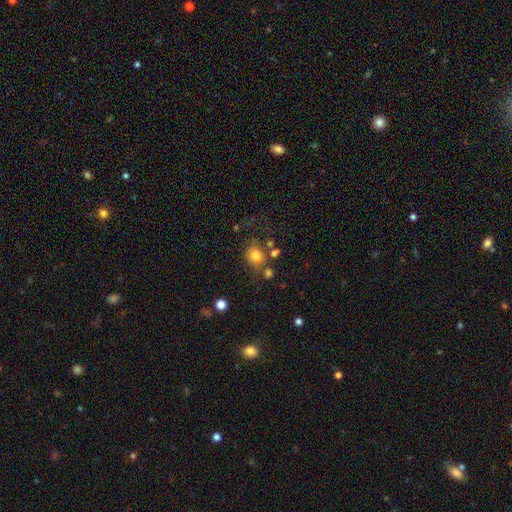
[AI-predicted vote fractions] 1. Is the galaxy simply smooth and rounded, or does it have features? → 77% smooth, 13% star or artifact, 10% featured or disk.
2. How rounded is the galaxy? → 66% round, 33% in between, 1% cigar-shaped.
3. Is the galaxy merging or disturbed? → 60% none, 18% minor disturbance, 12% merger, 10% major disturbance.